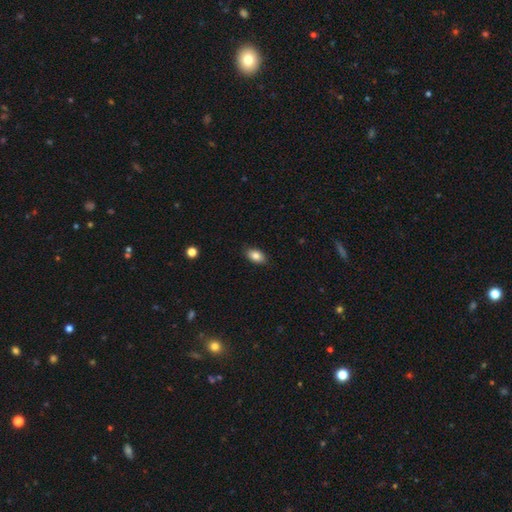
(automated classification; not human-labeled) Smooth or featured? smooth (84%)
How rounded? in between (90%)
Merging? none (87%)